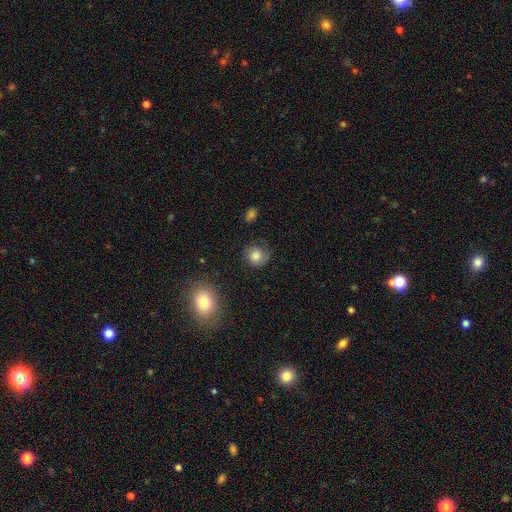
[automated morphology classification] smooth 76%, featured or disk 14%, star or artifact 10%. Down the decision tree: how rounded — round (85%); merging — none (69%).